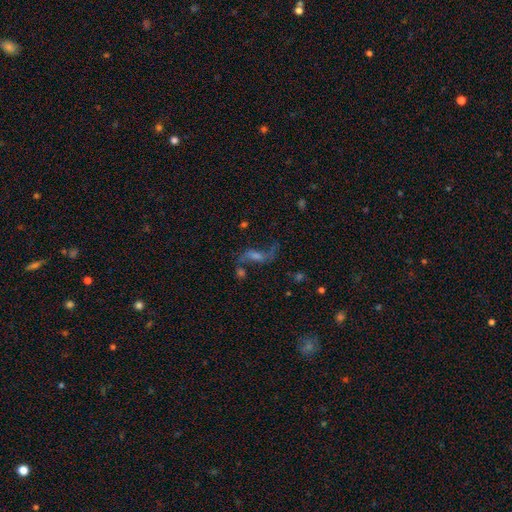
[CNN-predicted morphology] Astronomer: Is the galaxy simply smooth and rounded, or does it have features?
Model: featured or disk — 71%.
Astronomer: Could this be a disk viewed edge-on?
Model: no — 90%.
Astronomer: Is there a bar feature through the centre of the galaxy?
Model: no — 41% (runner-up: weak, 40%).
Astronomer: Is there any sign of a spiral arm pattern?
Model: yes — 90%.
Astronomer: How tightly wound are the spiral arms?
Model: loose — 87%.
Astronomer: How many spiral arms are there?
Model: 2 — 89%.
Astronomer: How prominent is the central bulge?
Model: small — 39% (runner-up: moderate, 35%).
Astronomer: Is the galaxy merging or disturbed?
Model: none — 60%.